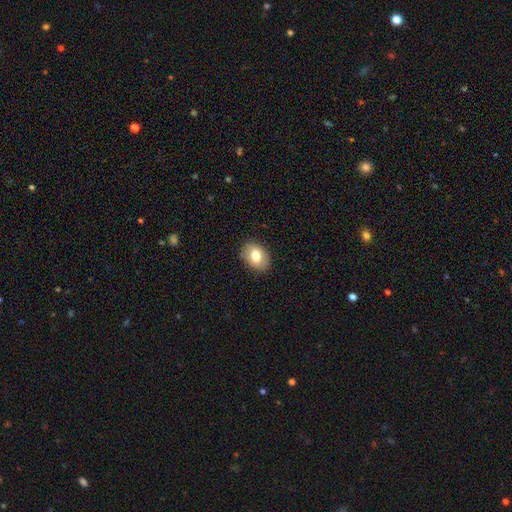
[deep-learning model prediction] A smooth galaxy with no disk features (76%) that is in between round and cigar-shaped (76%).

Vote fractions:
- Smooth or featured? smooth: 76% / featured or disk: 17% / star or artifact: 8%
- How rounded? in between: 76% / round: 23% / cigar-shaped: 1%
- Merging? none: 86% / minor disturbance: 11% / major disturbance: 3% / merger: 1%